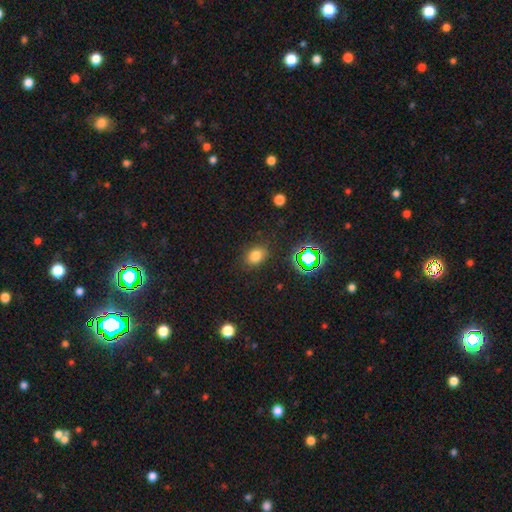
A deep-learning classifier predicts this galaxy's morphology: This is likely a smooth galaxy (75%). How rounded: likely in between (62%). Merging: clearly none (83%).